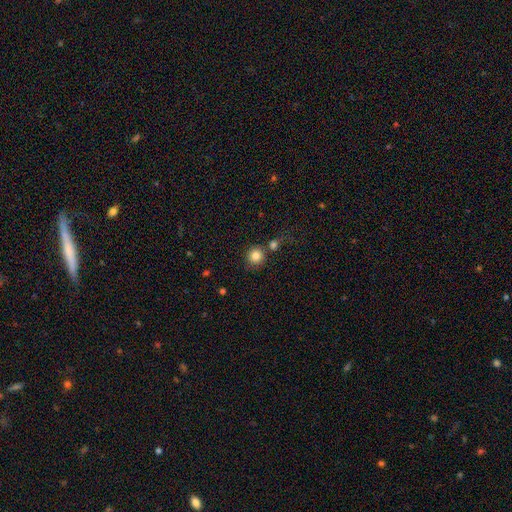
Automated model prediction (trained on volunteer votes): Overall: smooth (84%). How rounded: round (92%). Merging: none (73%).